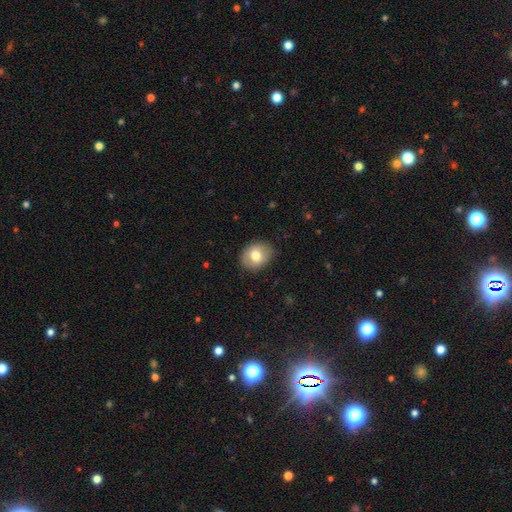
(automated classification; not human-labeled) Smooth or featured? Predicted: smooth (p=0.73). How rounded? Predicted: in between (p=0.53). Merging? Predicted: none (p=0.82).